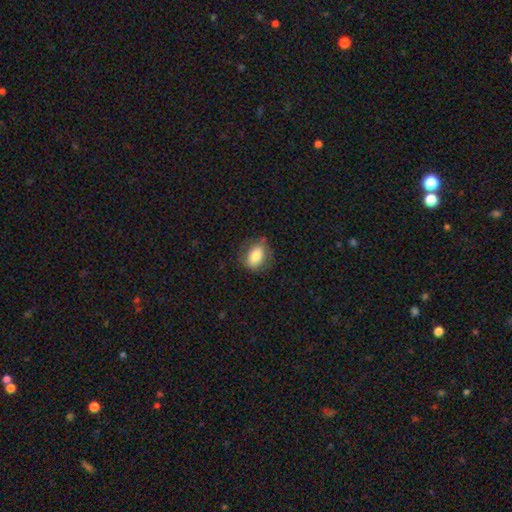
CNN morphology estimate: smooth 78%, featured or disk 14%, star or artifact 8%. Down the decision tree: how rounded — in between (73%); merging — none (75%).